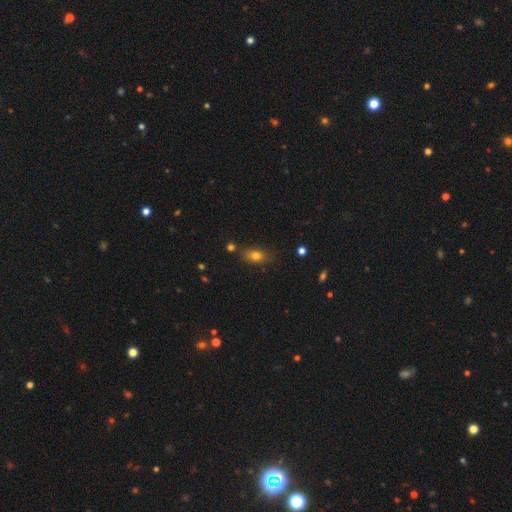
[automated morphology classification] Smooth or featured? Predicted: smooth (p=0.75). How rounded? Predicted: in between (p=0.75). Merging? Predicted: none (p=0.76).